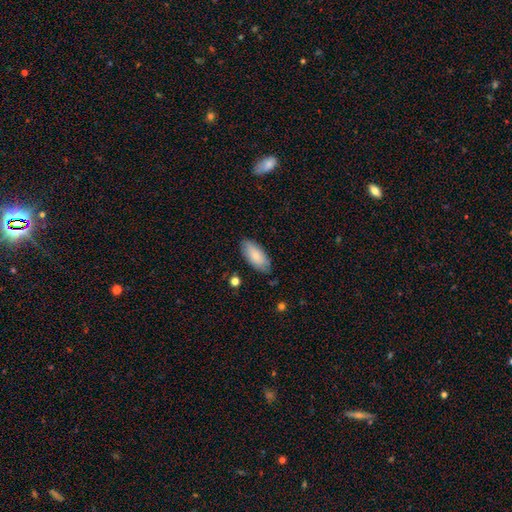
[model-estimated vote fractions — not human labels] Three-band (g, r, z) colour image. It shows a smooth galaxy with no disk features (82%) that is in between round and cigar-shaped (88%). Merging: none (80%).